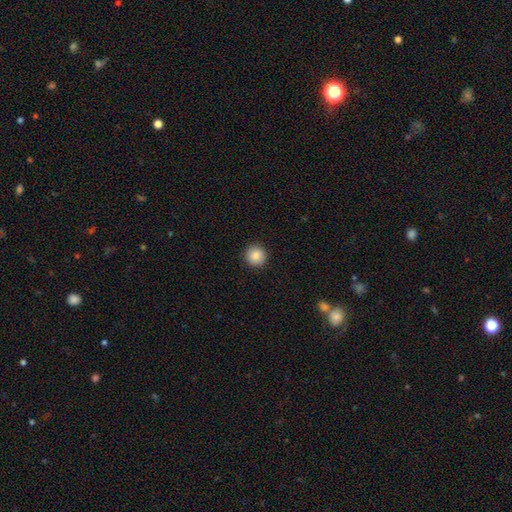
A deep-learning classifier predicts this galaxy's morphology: Q: Smooth or featured?
A: smooth (87%); runner-up: star or artifact (9%)
Q: How rounded?
A: round (95%); runner-up: in between (4%)
Q: Merging?
A: none (93%); runner-up: minor disturbance (5%)